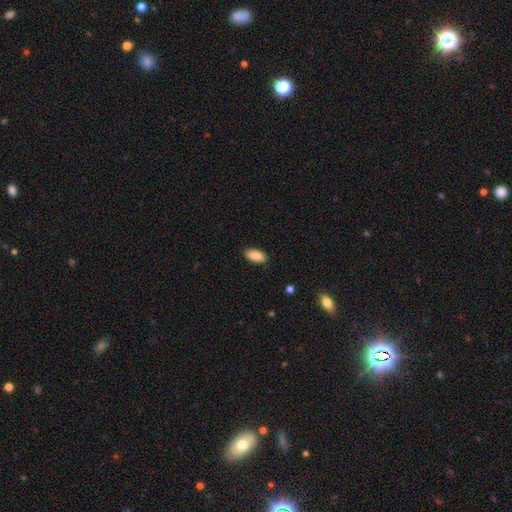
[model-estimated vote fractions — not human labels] Morphology: type=smooth (89%); roundness=in between (92%); merging=none (88%).